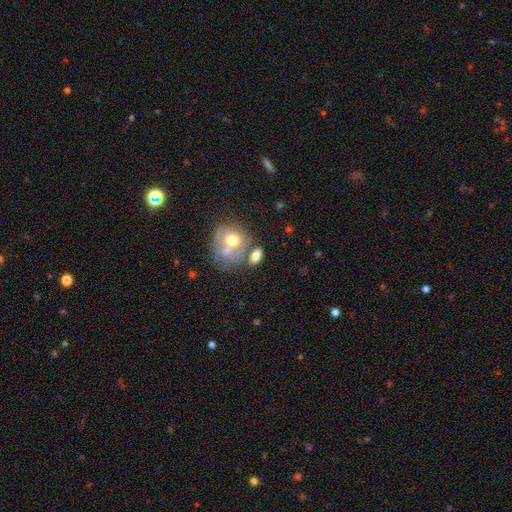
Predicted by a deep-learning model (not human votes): The model was most divided on "merging": none: 51%, merger: 29%, minor disturbance: 14%, major disturbance: 6%. More confident: how rounded — in between (80%); smooth or featured — smooth (71%).